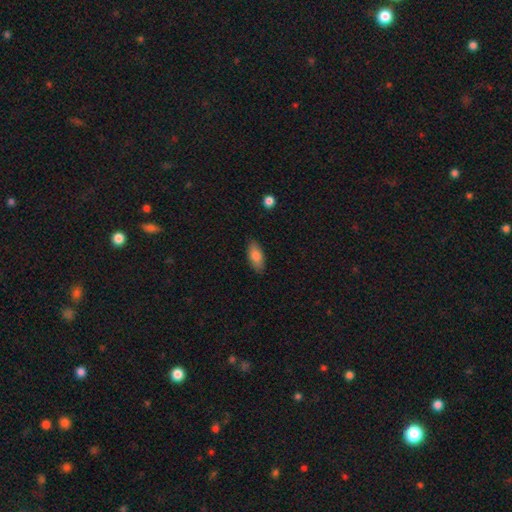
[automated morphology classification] This is clearly a smooth galaxy (82%). How rounded: clearly in between (86%). Merging: clearly none (85%).